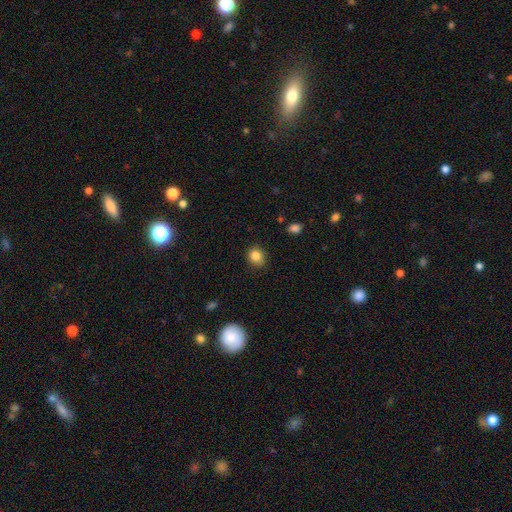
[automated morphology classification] smooth 85%, star or artifact 11%, featured or disk 5%. Down the decision tree: how rounded — round (72%); merging — none (84%).